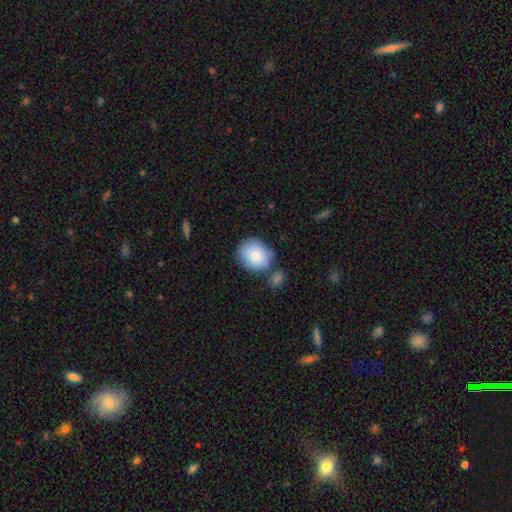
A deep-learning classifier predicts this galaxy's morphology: Smooth or featured? Predicted: smooth (p=0.81). How rounded? Predicted: round (p=0.63). Merging? Predicted: none (p=0.65).